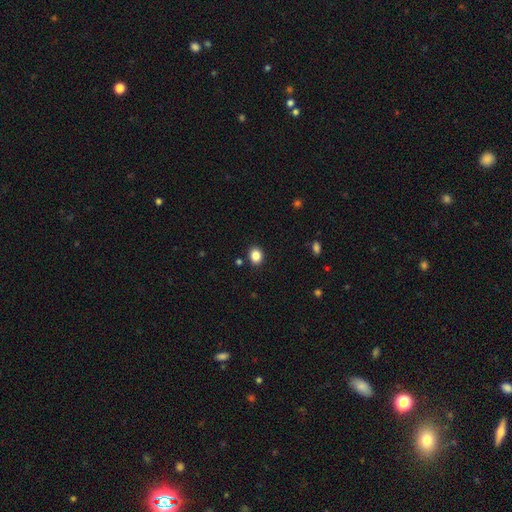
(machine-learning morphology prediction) smooth_or_featured: smooth (p=0.86) [alt: star or artifact p=0.10]
how_rounded: round (p=0.57) [alt: in between p=0.42]
merging: none (p=0.88) [alt: minor disturbance p=0.07]